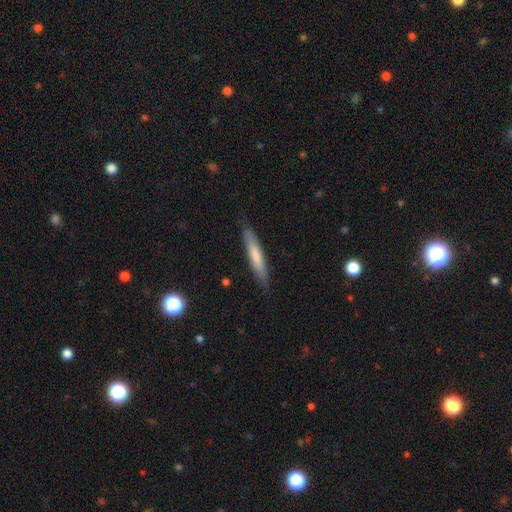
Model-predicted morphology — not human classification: smooth 69%, featured or disk 25%, star or artifact 6%. Down the decision tree: how rounded — cigar-shaped (92%); merging — none (86%).